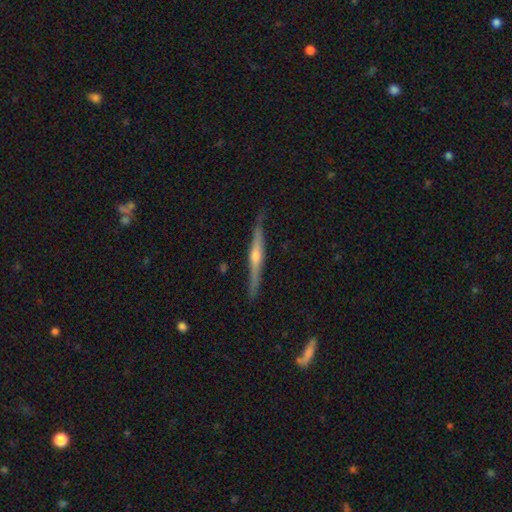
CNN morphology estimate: Overall: featured or disk (80%). Edge-on disk: yes (98%). Edge-on bulge: rounded (87%). Merging: none (88%).